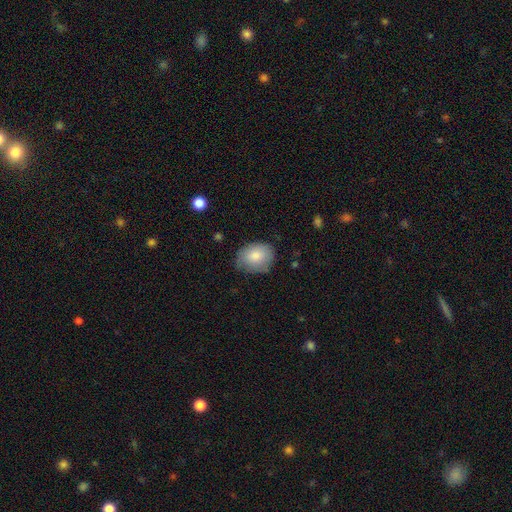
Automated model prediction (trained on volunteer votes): Smooth or featured?
  - smooth: 83% *
  - featured or disk: 10%
  - star or artifact: 6%
How rounded?
  - in between: 64% *
  - round: 35%
  - cigar-shaped: 1%
Merging?
  - none: 70% *
  - minor disturbance: 24%
  - major disturbance: 5%
  - merger: 1%